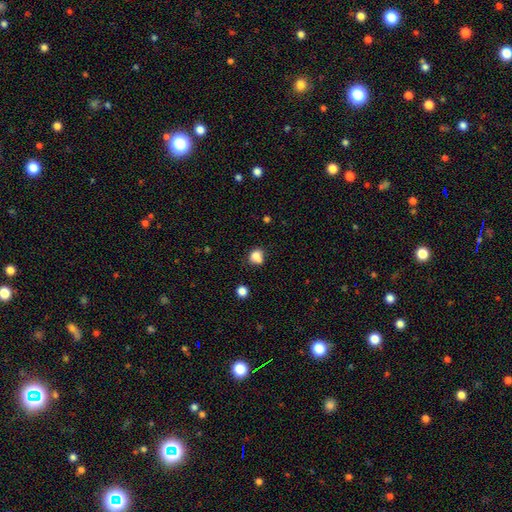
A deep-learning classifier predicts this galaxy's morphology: Smooth or featured? smooth (79%)
How rounded? round (67%)
Merging? none (47%)